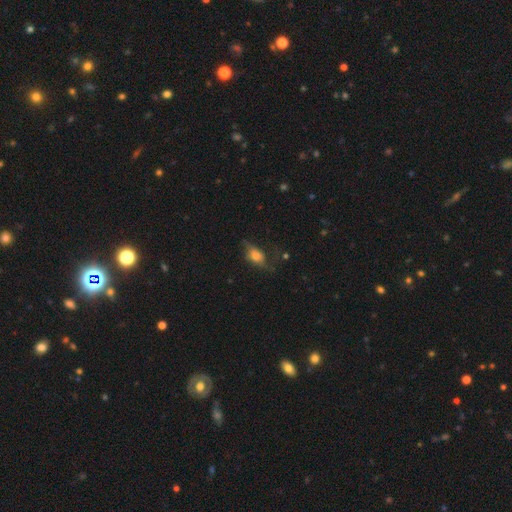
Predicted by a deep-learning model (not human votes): A smooth galaxy with no disk features (66%) that is in between round and cigar-shaped (78%).

Vote fractions:
- Smooth or featured? smooth: 66% / featured or disk: 24% / star or artifact: 10%
- How rounded? in between: 78% / round: 15% / cigar-shaped: 6%
- Merging? none: 46% / minor disturbance: 28% / major disturbance: 24% / merger: 2%